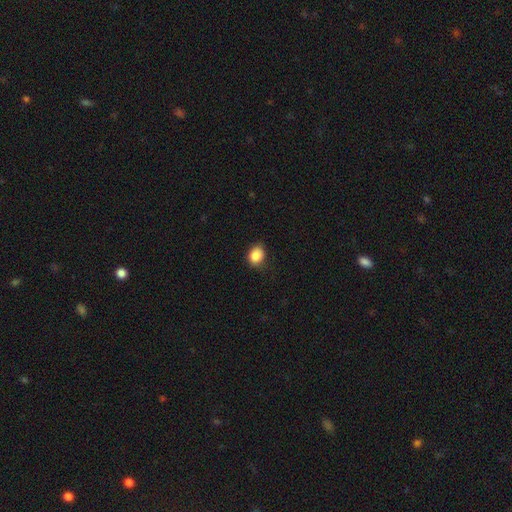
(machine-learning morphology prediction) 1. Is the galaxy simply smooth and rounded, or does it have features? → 87% smooth, 9% star or artifact, 4% featured or disk.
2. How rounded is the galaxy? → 52% in between, 47% round, 1% cigar-shaped.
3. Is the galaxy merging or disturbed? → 75% none, 20% minor disturbance, 4% major disturbance, 1% merger.